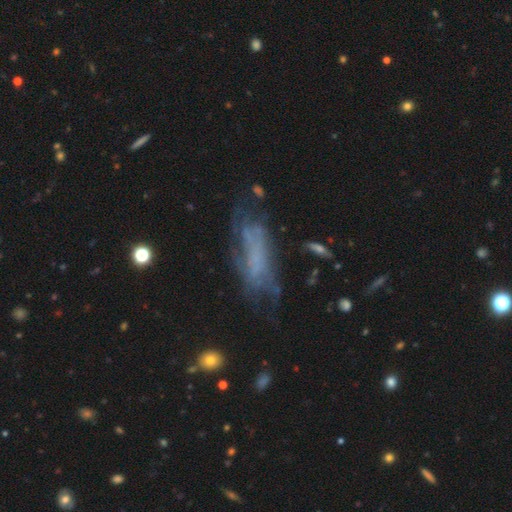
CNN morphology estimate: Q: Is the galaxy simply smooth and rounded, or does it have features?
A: featured or disk — 53%.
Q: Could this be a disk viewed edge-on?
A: no — 85%.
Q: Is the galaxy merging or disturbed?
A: none — 50%.